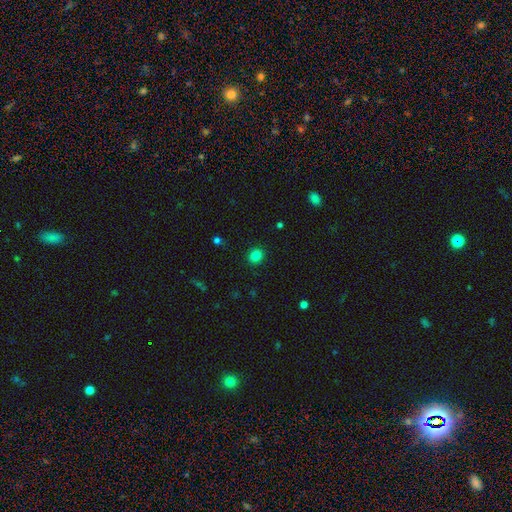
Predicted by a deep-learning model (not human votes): Smooth or featured? smooth (83%)
How rounded? round (80%)
Merging? none (91%)